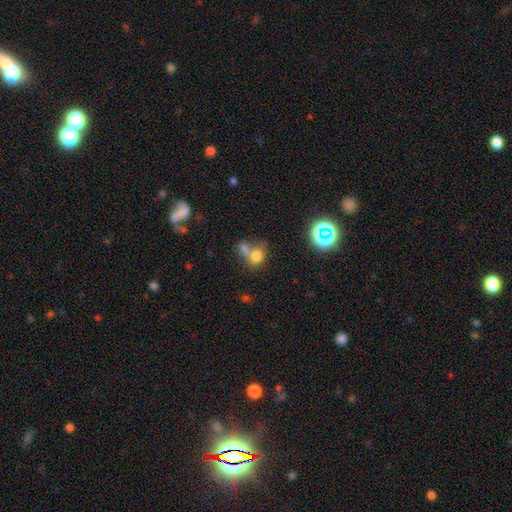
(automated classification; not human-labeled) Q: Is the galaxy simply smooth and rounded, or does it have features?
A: smooth — 72%.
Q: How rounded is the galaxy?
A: in between — 50%.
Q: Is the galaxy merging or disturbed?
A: merger — 53%.